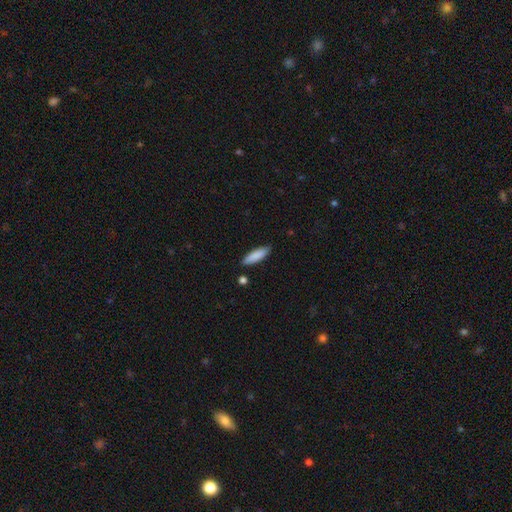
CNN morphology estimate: Overall: smooth (86%). How rounded: cigar-shaped (60%; in between 39%). Merging: none (86%).